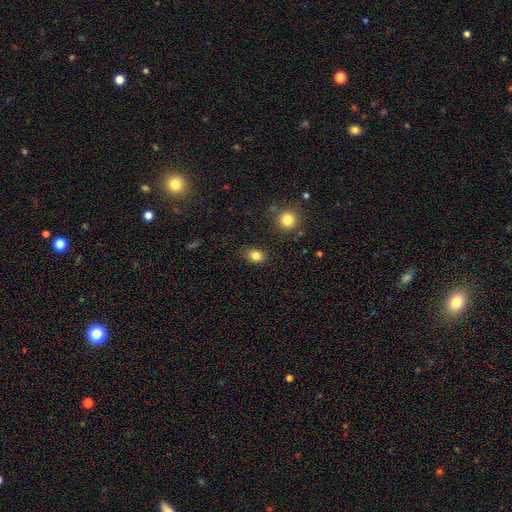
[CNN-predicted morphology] smooth 83%, star or artifact 12%, featured or disk 5%. Down the decision tree: how rounded — round (52%); merging — none (84%).